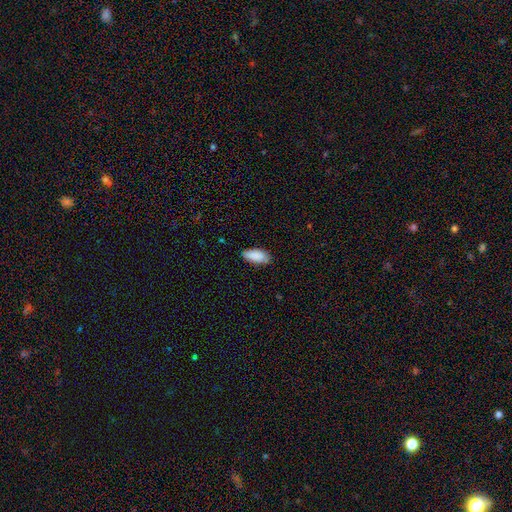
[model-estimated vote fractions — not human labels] Q: Smooth or featured?
A: smooth (88%); runner-up: star or artifact (6%)
Q: How rounded?
A: in between (92%); runner-up: cigar-shaped (6%)
Q: Merging?
A: none (76%); runner-up: minor disturbance (19%)